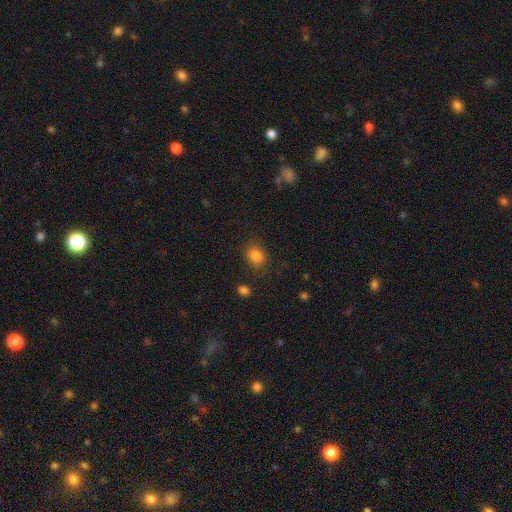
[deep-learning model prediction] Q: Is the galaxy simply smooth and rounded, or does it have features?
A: smooth — 84%.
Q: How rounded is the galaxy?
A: round — 51%.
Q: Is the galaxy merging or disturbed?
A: none — 81%.